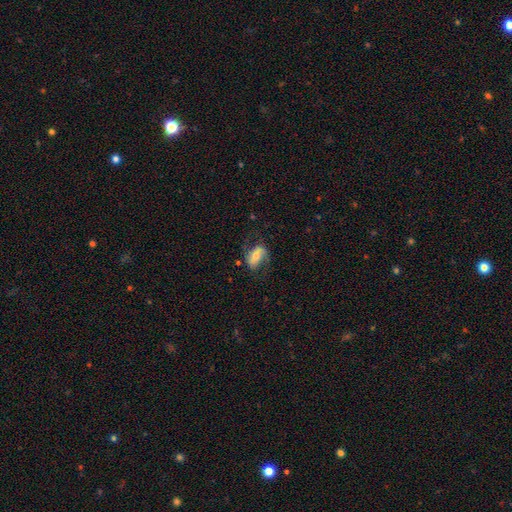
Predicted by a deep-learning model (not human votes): smooth-or-featured: featured or disk: 61% | smooth: 31% | star or artifact: 8%
  disk-edge-on: no: 95% | yes: 5%
    bar: weak: 36% (tied) | no: 36% (tied) | strong: 29%
    has-spiral-arms: yes: 88% | no: 12%
      spiral-winding: loose: 47% | medium: 39% | tight: 14%
      spiral-arm-count: 2: 76% | 1: 15% | can't tell: 6% | 3: 1% | 4: 1% | more than 4: 1%
    bulge-size: moderate: 48% | small: 38% | large: 8% | none: 4% | dominant: 2%
  merging: none: 58% | minor disturbance: 23% | major disturbance: 18% | merger: 2%